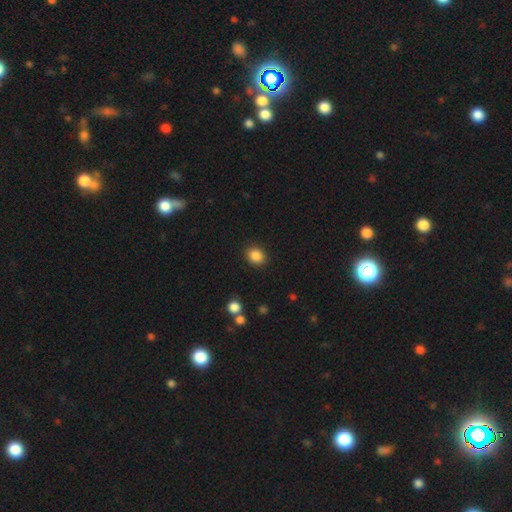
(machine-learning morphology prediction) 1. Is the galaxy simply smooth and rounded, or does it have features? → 87% smooth, 10% star or artifact, 4% featured or disk.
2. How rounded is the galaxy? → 60% round, 39% in between, 1% cigar-shaped.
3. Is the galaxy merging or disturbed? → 89% none, 8% minor disturbance, 2% major disturbance, 1% merger.